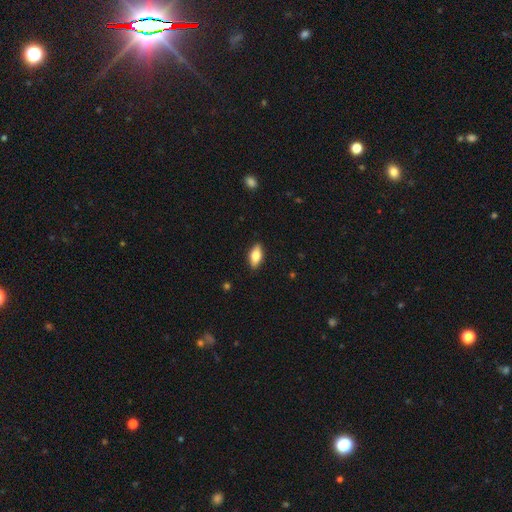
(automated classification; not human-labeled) smooth_or_featured: smooth (p=0.76) [alt: featured or disk p=0.18]
how_rounded: in between (p=0.85) [alt: cigar-shaped p=0.12]
merging: none (p=0.88) [alt: minor disturbance p=0.09]